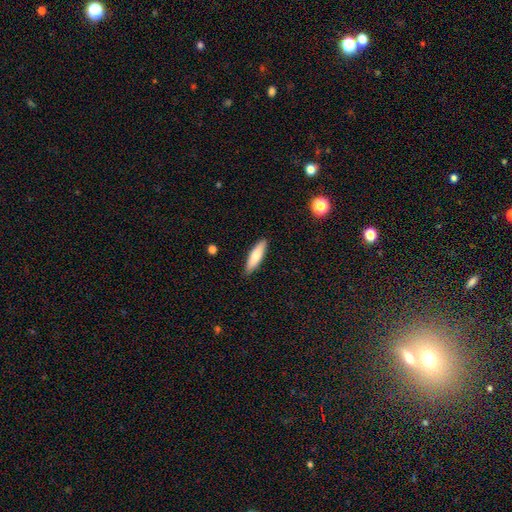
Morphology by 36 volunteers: Q: Smooth or featured?
A: smooth (75%); runner-up: featured or disk (25%)
Q: How rounded?
A: cigar-shaped (74%); runner-up: in between (22%)
Q: Merging?
A: none (86%); runner-up: minor disturbance (8%)